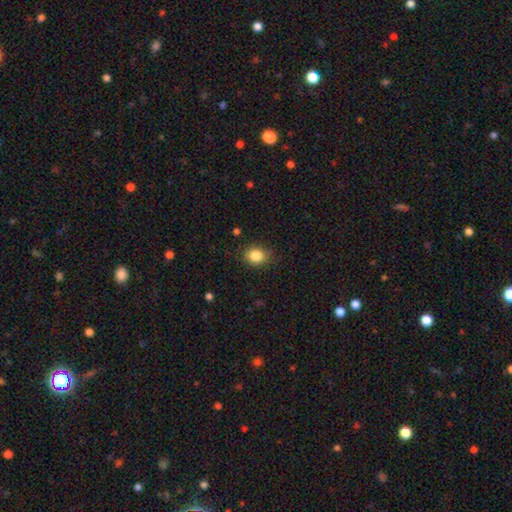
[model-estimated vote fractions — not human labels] smooth 84%, star or artifact 10%, featured or disk 6%. Down the decision tree: how rounded — round (61%); merging — none (83%).